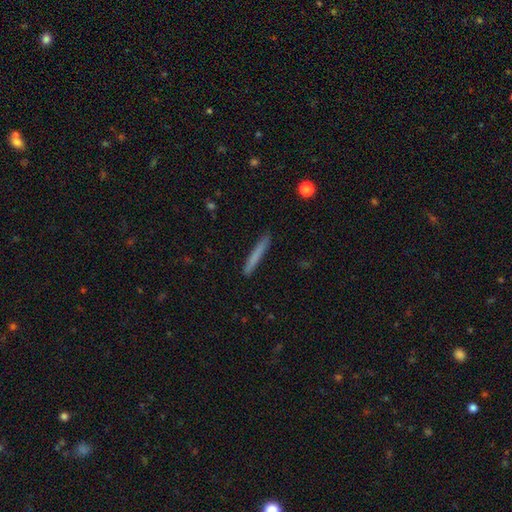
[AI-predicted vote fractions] Smooth or featured?
  - smooth: 74% *
  - featured or disk: 20%
  - star or artifact: 6%
How rounded?
  - cigar-shaped: 97% *
  - in between: 2%
  - round: 1%
Merging?
  - none: 90% *
  - minor disturbance: 8%
  - major disturbance: 2%
  - merger: 1%